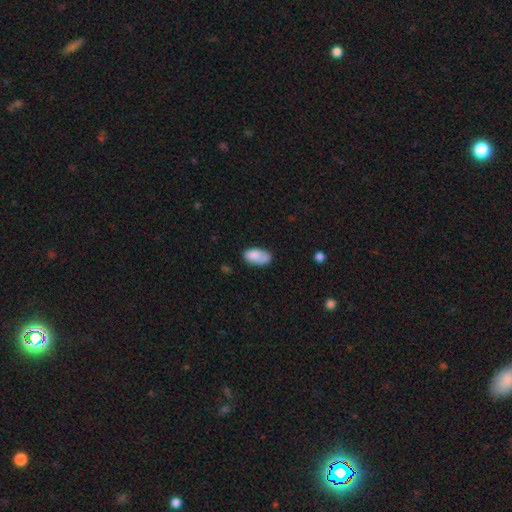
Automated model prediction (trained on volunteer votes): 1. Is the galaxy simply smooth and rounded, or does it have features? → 83% smooth, 9% featured or disk, 7% star or artifact.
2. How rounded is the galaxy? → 94% in between, 4% round, 3% cigar-shaped.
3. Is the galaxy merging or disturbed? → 61% none, 26% minor disturbance, 7% major disturbance, 5% merger.